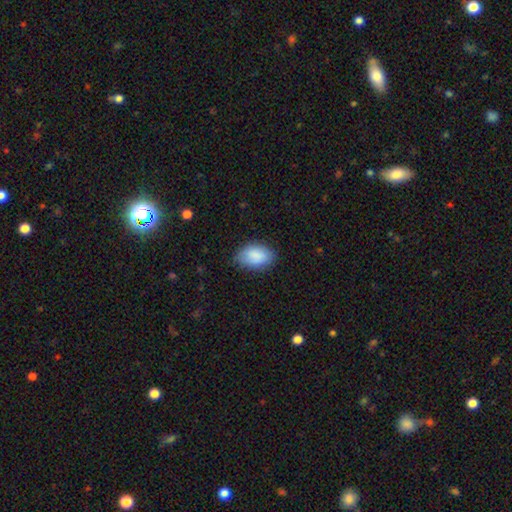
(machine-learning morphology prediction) smooth 88%, star or artifact 7%, featured or disk 6%. Down the decision tree: how rounded — in between (90%); merging — none (77%).